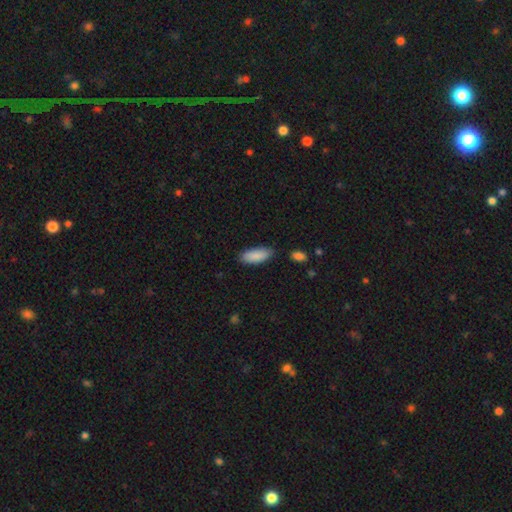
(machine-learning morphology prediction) type=smooth (88%); roundness=in between (79%); merging=none (78%).